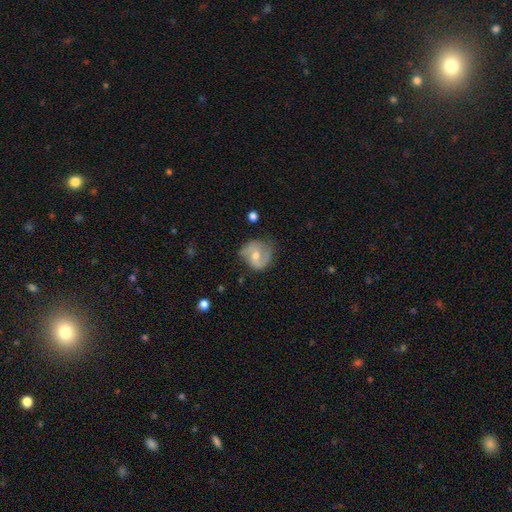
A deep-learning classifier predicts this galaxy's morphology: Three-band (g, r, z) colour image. It shows a featured or disk galaxy (68%) with a weak bar (43%), 2 (79%) medium (44%) spiral arms (87%) and a moderate central bulge (59%). Merging: none (67%).